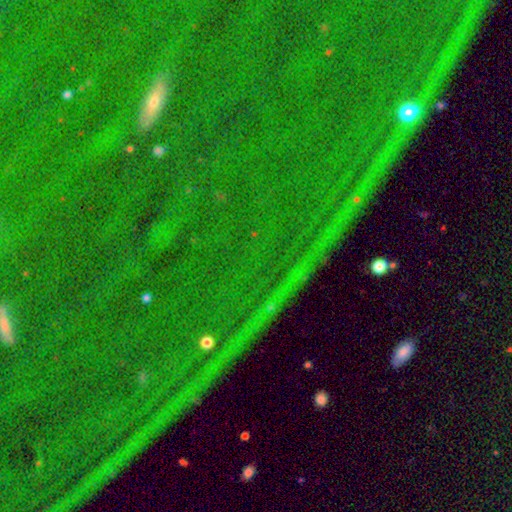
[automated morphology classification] A star or artifact, not a galaxy (82%).